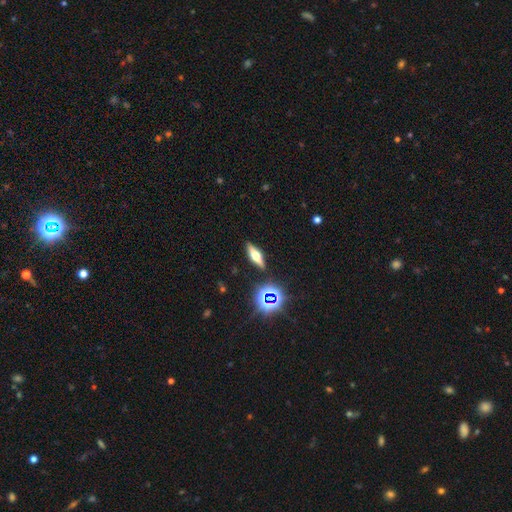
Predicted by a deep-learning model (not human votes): This is possibly a featured or disk galaxy (54%). It is clearly viewed edge-on (92%). Merging: clearly none (88%).